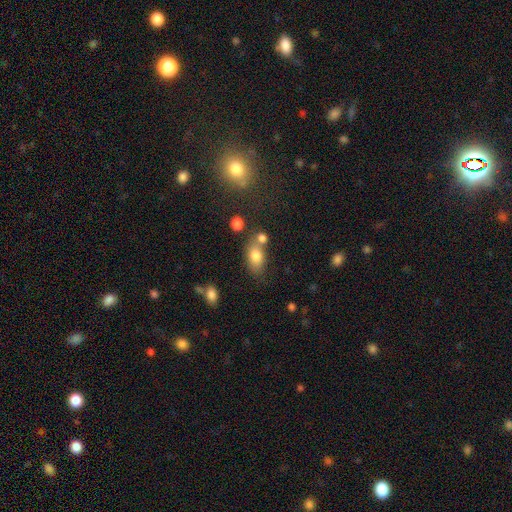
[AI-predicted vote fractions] smooth 79%, featured or disk 11%, star or artifact 10%. Down the decision tree: how rounded — in between (82%); merging — none (51%).